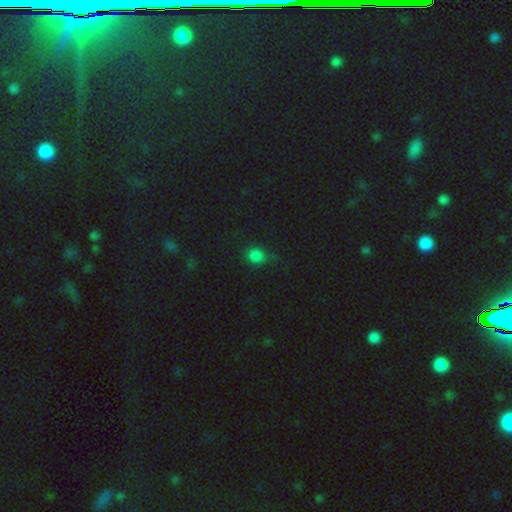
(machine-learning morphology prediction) Smooth or featured: smooth — 77% (star or artifact — 19%)
How rounded: round — 70% (in between — 29%)
Merging: none — 79% (minor disturbance — 15%)